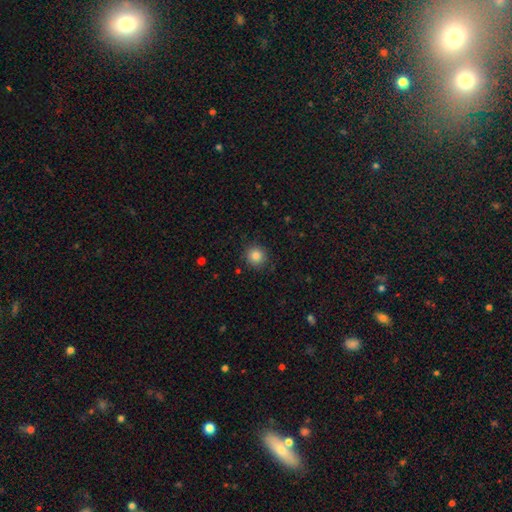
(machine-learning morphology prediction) Q: Smooth or featured?
A: smooth (84%); runner-up: star or artifact (11%)
Q: How rounded?
A: round (92%); runner-up: in between (7%)
Q: Merging?
A: none (88%); runner-up: minor disturbance (8%)